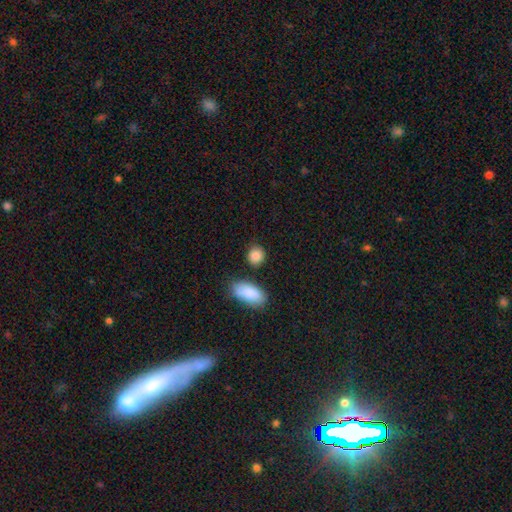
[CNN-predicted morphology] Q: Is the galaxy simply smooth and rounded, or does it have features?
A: smooth — 88%.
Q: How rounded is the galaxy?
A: round — 68%.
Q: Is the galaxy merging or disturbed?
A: none — 79%.